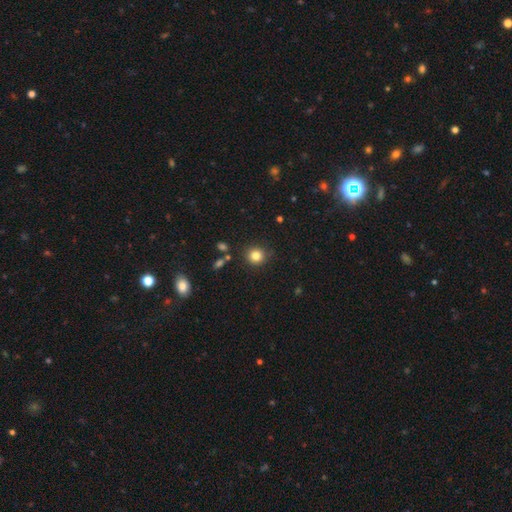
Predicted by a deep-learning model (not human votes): smooth-or-featured: smooth: 83% | star or artifact: 12% | featured or disk: 6%
  how-rounded: round: 89% | in between: 10% | cigar-shaped: 1%
  merging: none: 86% | minor disturbance: 9% | merger: 3% | major disturbance: 2%